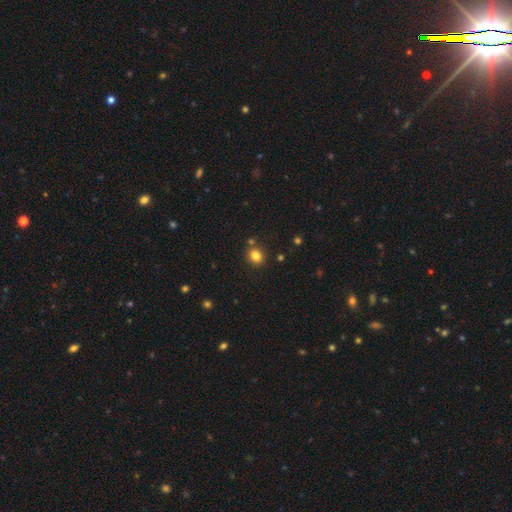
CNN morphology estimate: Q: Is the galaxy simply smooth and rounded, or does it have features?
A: smooth — 82%.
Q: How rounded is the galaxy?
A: round — 68%.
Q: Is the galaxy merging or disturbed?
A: none — 80%.